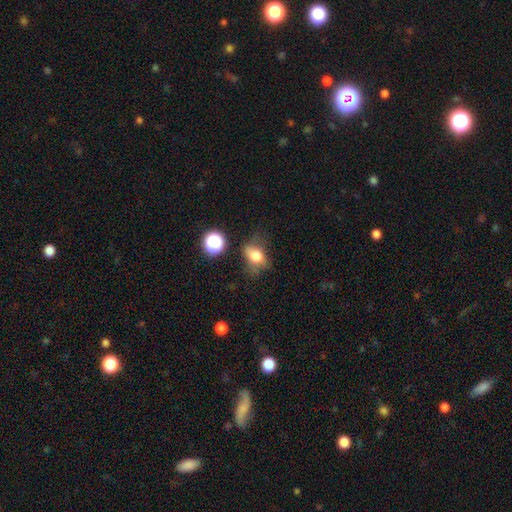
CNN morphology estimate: type=smooth (67%); roundness=in between (65%); merging=none (50%).